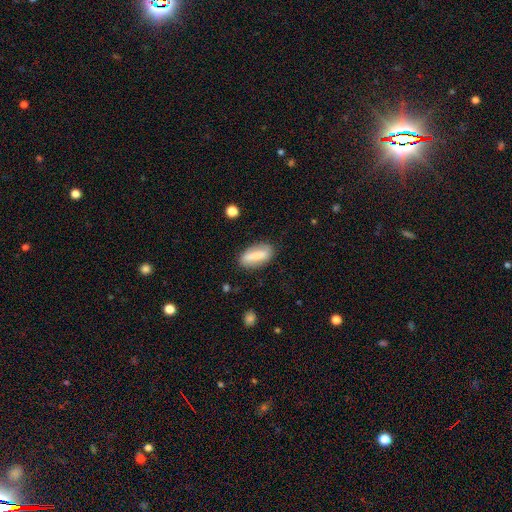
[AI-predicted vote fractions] Smooth or featured? Predicted: smooth (p=0.70). How rounded? Predicted: in between (p=0.77). Merging? Predicted: none (p=0.83).